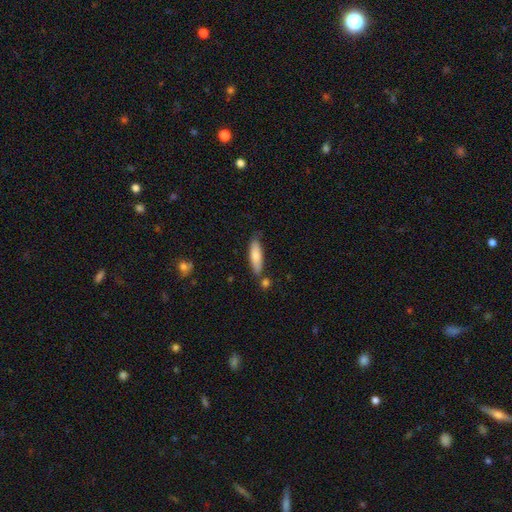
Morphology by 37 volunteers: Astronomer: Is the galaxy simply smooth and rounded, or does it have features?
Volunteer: smooth — 89%.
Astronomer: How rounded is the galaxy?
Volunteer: cigar-shaped — 67%.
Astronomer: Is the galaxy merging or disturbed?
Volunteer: none — 89%.